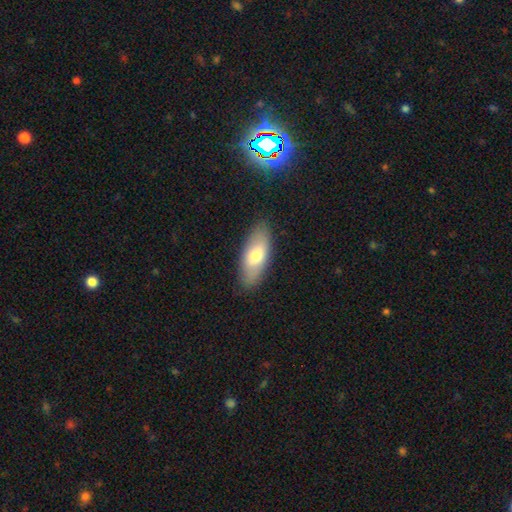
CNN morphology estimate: Overall: smooth (70%). How rounded: in between (79%). Merging: none (86%).